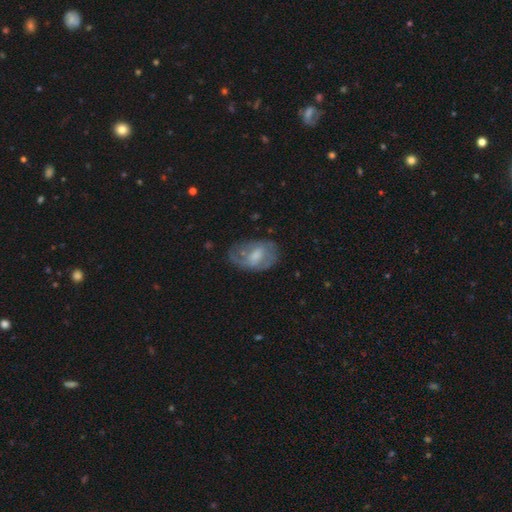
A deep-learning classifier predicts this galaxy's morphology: featured or disk 55%, smooth 38%, star or artifact 7%. Down the decision tree: edge-on disk — no (96%); bar — weak (46%); spiral arms — yes (67%); bulge size — moderate (44%); merging — none (55%).